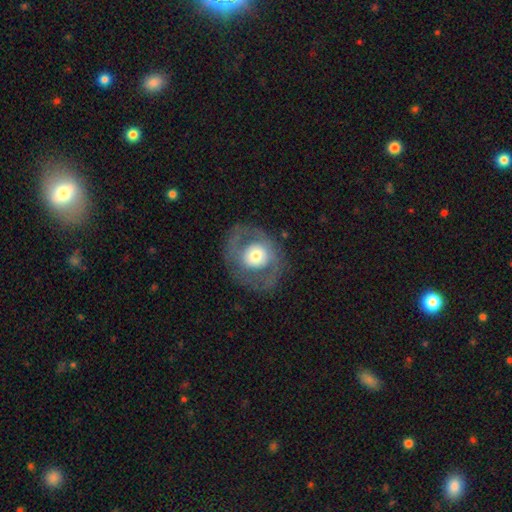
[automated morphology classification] featured or disk 54%, smooth 39%, star or artifact 7%. Down the decision tree: edge-on disk — no (95%); bar — no (77%); spiral arms — no (64%); bulge size — moderate (51%); merging — none (72%).